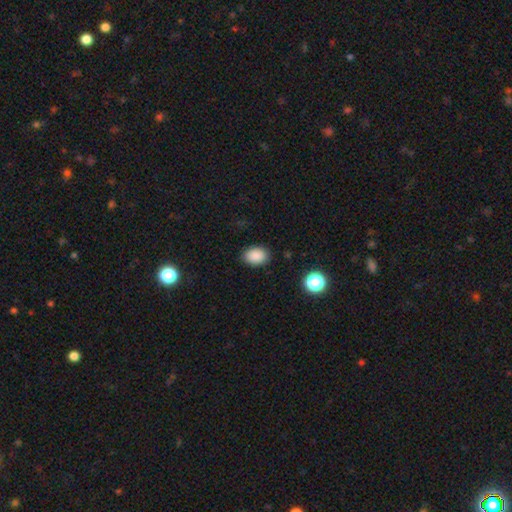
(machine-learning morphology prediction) Smooth or featured? Predicted: smooth (p=0.87). How rounded? Predicted: in between (p=0.78). Merging? Predicted: none (p=0.86).